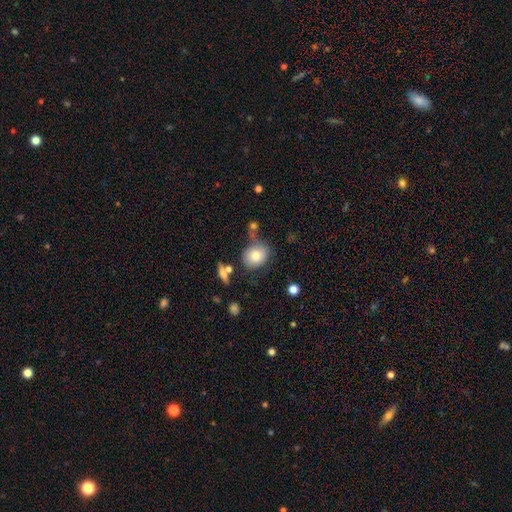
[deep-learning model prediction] Smooth or featured?
  - smooth: 77% *
  - featured or disk: 13%
  - star or artifact: 10%
How rounded?
  - round: 63% *
  - in between: 36%
  - cigar-shaped: 1%
Merging?
  - none: 65% *
  - minor disturbance: 18%
  - merger: 11%
  - major disturbance: 6%